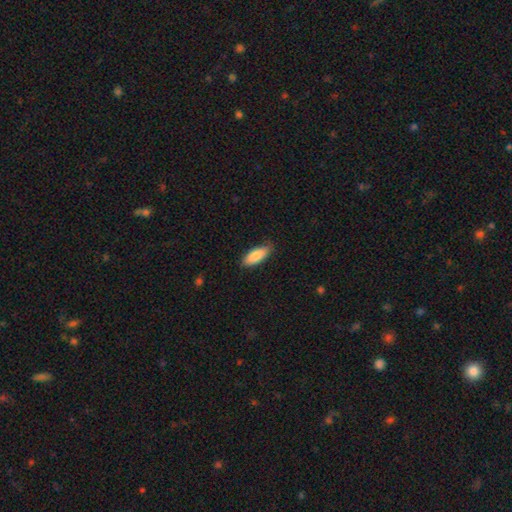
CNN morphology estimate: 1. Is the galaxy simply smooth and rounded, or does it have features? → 85% smooth, 9% featured or disk, 6% star or artifact.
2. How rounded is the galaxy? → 74% in between, 24% cigar-shaped, 2% round.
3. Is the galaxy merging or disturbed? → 82% none, 15% minor disturbance, 2% major disturbance, 1% merger.